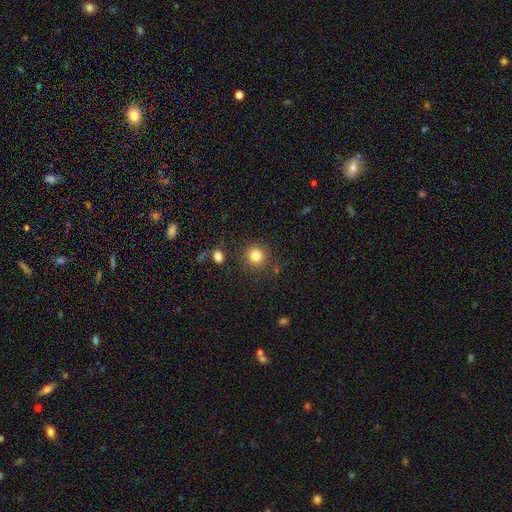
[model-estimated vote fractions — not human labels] smooth-or-featured: smooth: 83% | star or artifact: 11% | featured or disk: 6%
  how-rounded: round: 93% | in between: 6% | cigar-shaped: 1%
  merging: none: 87% | minor disturbance: 7% | merger: 3% | major disturbance: 3%